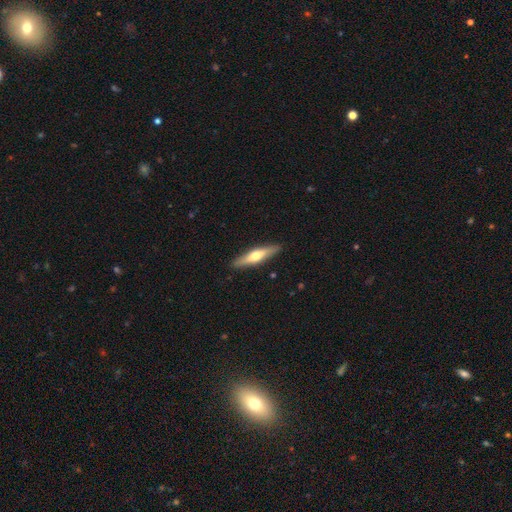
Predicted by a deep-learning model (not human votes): Smooth or featured? Predicted: featured or disk (p=0.52). Edge-on disk? Predicted: yes (p=0.91). Merging? Predicted: none (p=0.90).